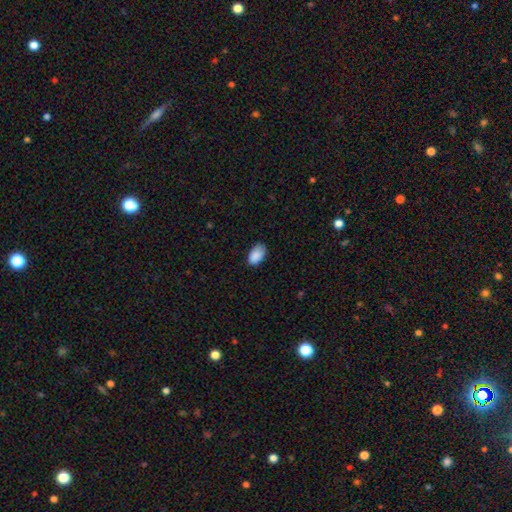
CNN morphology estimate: type=smooth (89%); roundness=in between (94%); merging=none (76%).